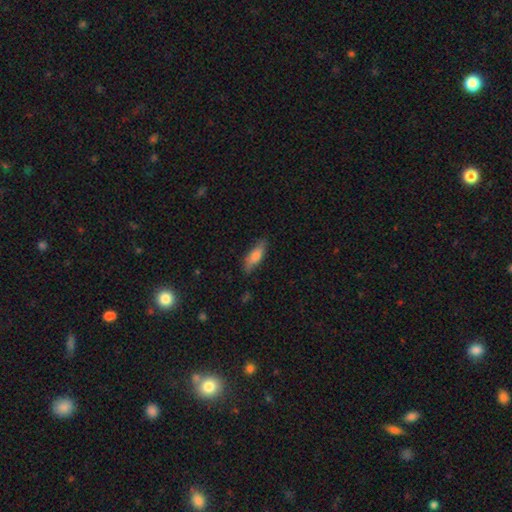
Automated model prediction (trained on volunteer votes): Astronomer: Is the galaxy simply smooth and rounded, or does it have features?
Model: smooth — 77%.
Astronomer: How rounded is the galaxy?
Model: in between — 57% (runner-up: cigar-shaped, 41%).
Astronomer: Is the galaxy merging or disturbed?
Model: none — 78%.